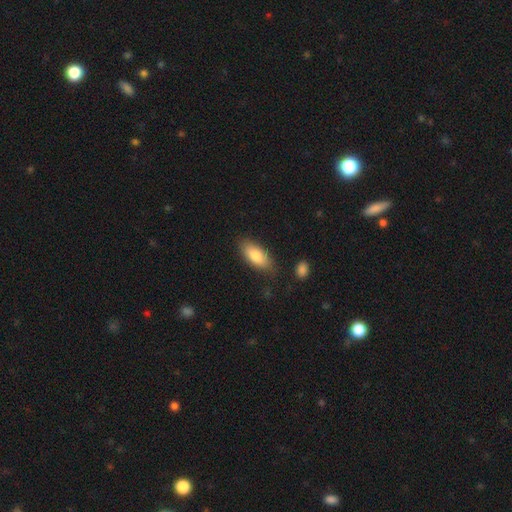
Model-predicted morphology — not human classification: A smooth galaxy with no disk features (82%) that is in between round and cigar-shaped (85%).

Vote fractions:
- Smooth or featured? smooth: 82% / featured or disk: 12% / star or artifact: 6%
- How rounded? in between: 85% / cigar-shaped: 12% / round: 2%
- Merging? none: 77% / minor disturbance: 16% / major disturbance: 4% / merger: 3%